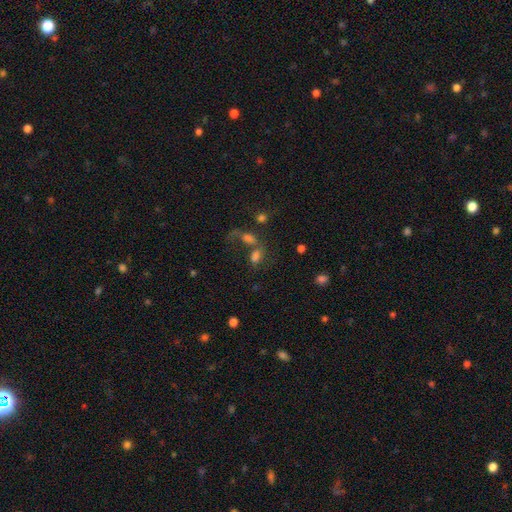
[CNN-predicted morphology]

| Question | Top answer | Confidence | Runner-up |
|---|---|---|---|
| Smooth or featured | smooth | 63% | star or artifact (21%) |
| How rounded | in between | 78% | round (17%) |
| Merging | merger | 50% | none (27%) |